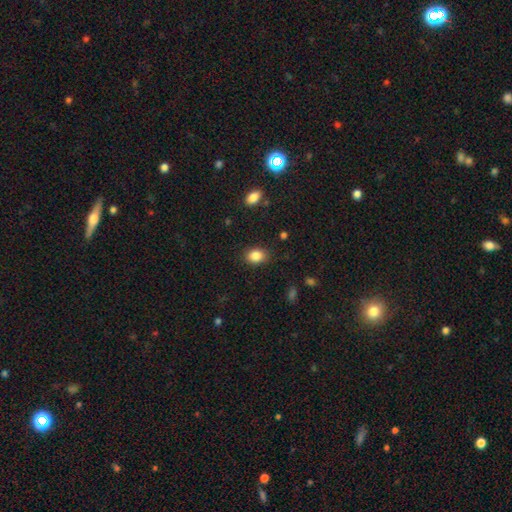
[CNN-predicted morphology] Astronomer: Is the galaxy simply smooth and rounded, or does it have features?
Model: smooth — 86%.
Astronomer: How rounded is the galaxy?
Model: in between — 67%.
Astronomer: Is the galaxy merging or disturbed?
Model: none — 84%.